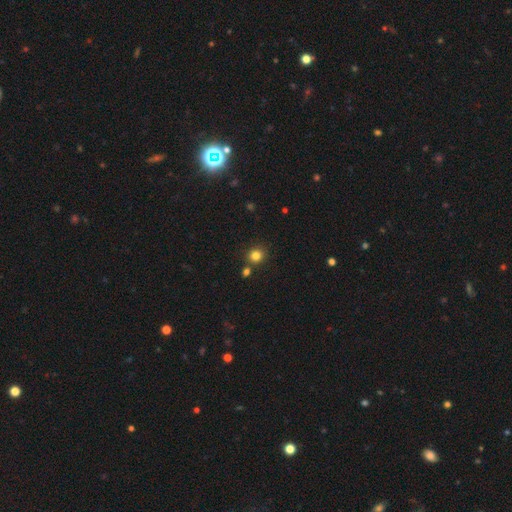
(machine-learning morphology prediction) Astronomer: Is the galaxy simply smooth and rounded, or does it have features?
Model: smooth — 82%.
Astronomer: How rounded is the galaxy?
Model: round — 87%.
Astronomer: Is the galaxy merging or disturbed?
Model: none — 81%.